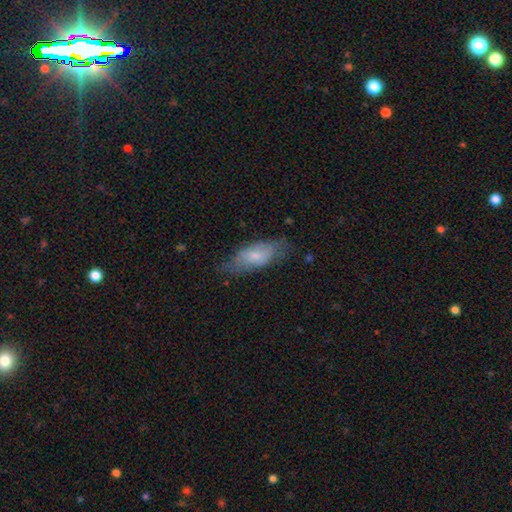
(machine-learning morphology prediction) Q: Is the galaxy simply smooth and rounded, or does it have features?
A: smooth — 64%.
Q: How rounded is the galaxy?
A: in between — 79%.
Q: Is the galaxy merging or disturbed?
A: none — 64%.